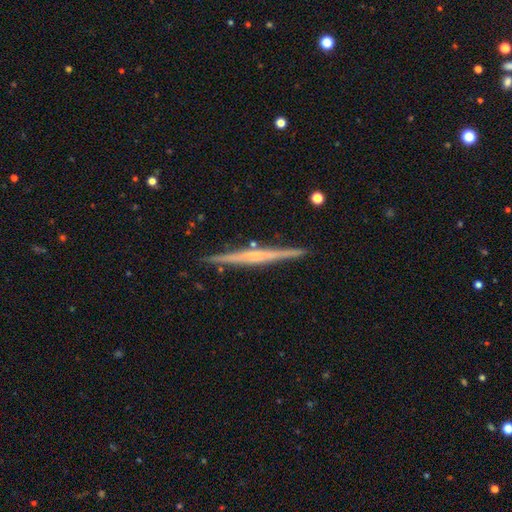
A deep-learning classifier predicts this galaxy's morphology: Smooth or featured? featured or disk (75%)
Edge-on disk? yes (98%)
Edge-on bulge? none (52%)
Merging? none (91%)